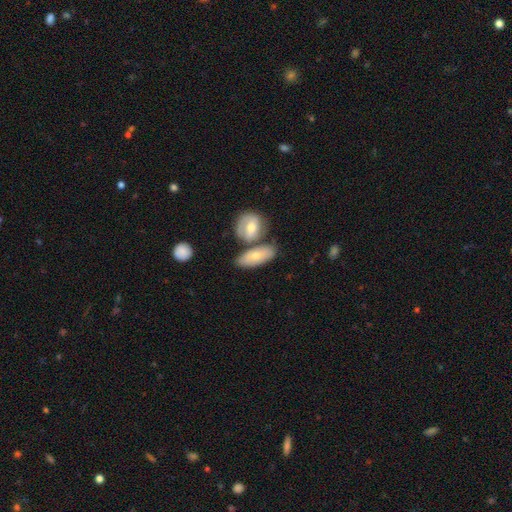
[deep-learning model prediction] Morphology: type=smooth (61%); roundness=in between (77%); merging=none (49%).